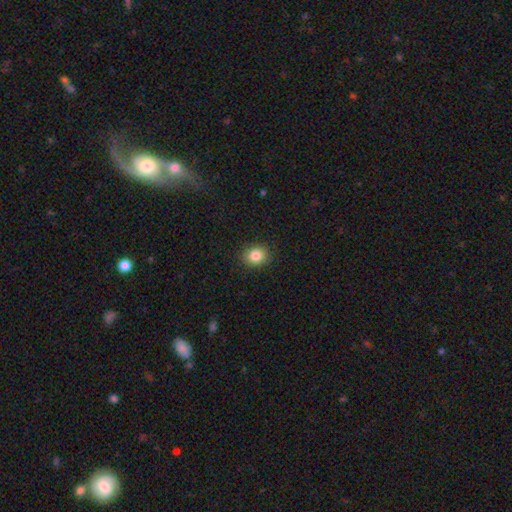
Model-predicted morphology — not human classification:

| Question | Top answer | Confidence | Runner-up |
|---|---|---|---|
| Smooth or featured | smooth | 85% | star or artifact (10%) |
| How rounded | round | 62% | in between (37%) |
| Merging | none | 90% | minor disturbance (7%) |